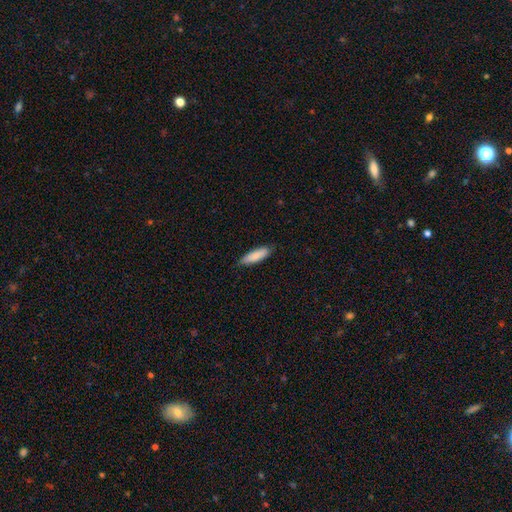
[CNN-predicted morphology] A smooth galaxy with no disk features (87%) that is cigar-shaped (62%).

Vote fractions:
- Smooth or featured? smooth: 87% / featured or disk: 8% / star or artifact: 6%
- How rounded? cigar-shaped: 62% / in between: 37% / round: 1%
- Merging? none: 86% / minor disturbance: 12% / major disturbance: 2% / merger: 1%